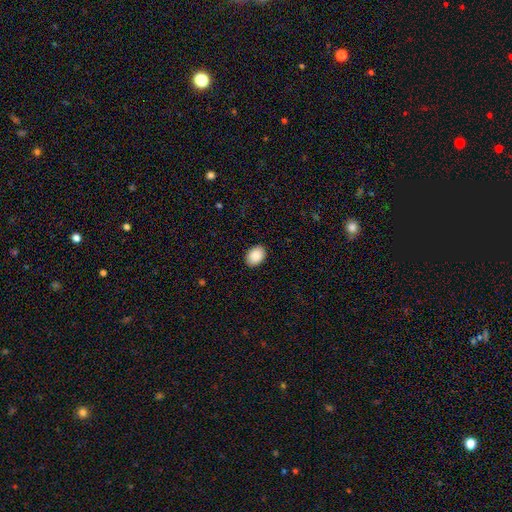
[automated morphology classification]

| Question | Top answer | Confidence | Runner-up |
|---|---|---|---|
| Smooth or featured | smooth | 90% | star or artifact (7%) |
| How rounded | in between | 72% | round (27%) |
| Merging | none | 91% | minor disturbance (7%) |